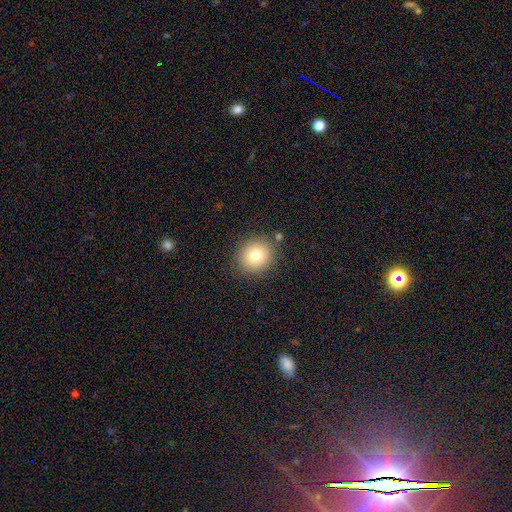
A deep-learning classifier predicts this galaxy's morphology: Smooth or featured? smooth (78%)
How rounded? round (80%)
Merging? none (84%)